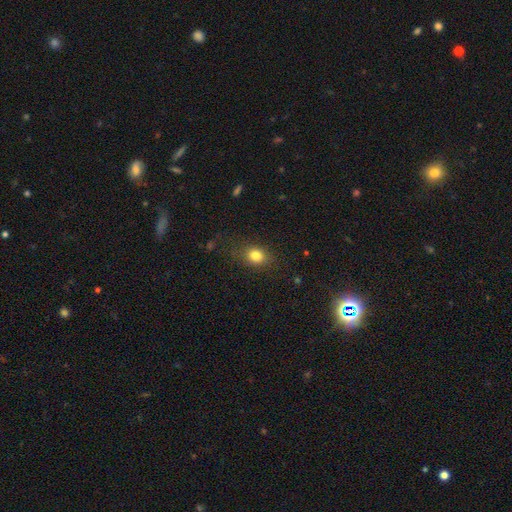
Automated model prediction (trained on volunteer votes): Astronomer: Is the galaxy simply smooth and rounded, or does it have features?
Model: smooth — 82%.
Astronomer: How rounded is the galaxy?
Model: in between — 50% (runner-up: round, 49%).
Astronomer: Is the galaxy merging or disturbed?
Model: none — 80%.